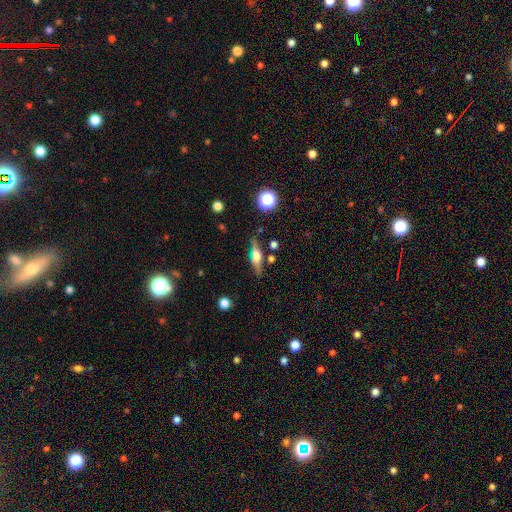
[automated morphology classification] Q: Smooth or featured?
A: featured or disk (61%); runner-up: smooth (31%)
Q: Edge-on disk?
A: yes (94%); runner-up: no (6%)
Q: Edge-on bulge?
A: rounded (87%); runner-up: boxy (10%)
Q: Merging?
A: none (81%); runner-up: minor disturbance (12%)